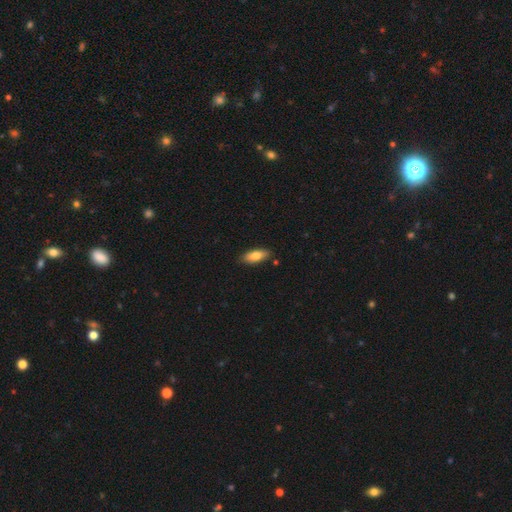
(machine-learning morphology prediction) Smooth or featured: smooth — 78% (featured or disk — 16%)
How rounded: in between — 79% (cigar-shaped — 19%)
Merging: none — 84% (minor disturbance — 12%)